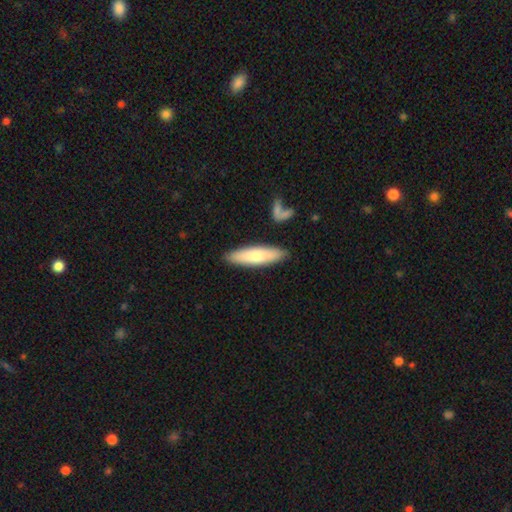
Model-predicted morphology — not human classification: Smooth or featured: smooth — 72% (featured or disk — 23%)
How rounded: cigar-shaped — 66% (in between — 32%)
Merging: none — 86% (minor disturbance — 9%)